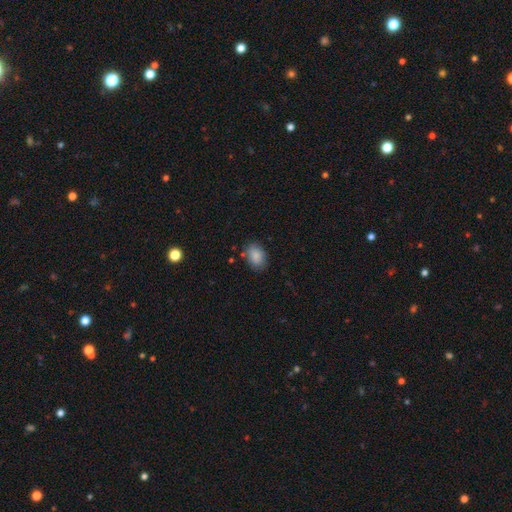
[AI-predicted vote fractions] Morphology: type=smooth (86%); roundness=in between (79%); merging=none (80%).